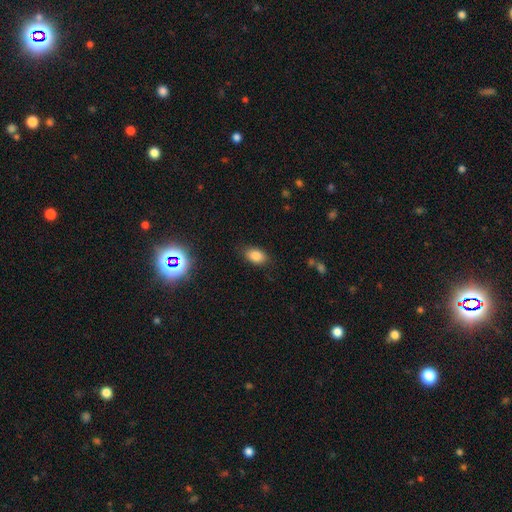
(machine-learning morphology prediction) smooth-or-featured: smooth: 84% | star or artifact: 10% | featured or disk: 6%
  how-rounded: in between: 87% | round: 12% | cigar-shaped: 2%
  merging: none: 83% | minor disturbance: 13% | major disturbance: 3% | merger: 1%